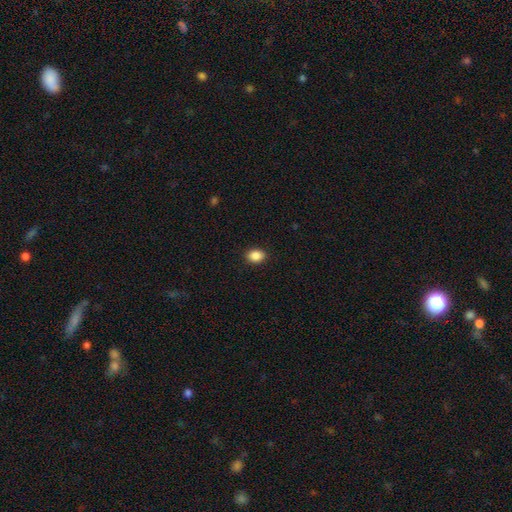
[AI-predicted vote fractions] Smooth or featured?
  - smooth: 88% *
  - star or artifact: 9%
  - featured or disk: 3%
How rounded?
  - in between: 61% *
  - round: 38%
  - cigar-shaped: 1%
Merging?
  - none: 90% *
  - minor disturbance: 7%
  - major disturbance: 2%
  - merger: 1%